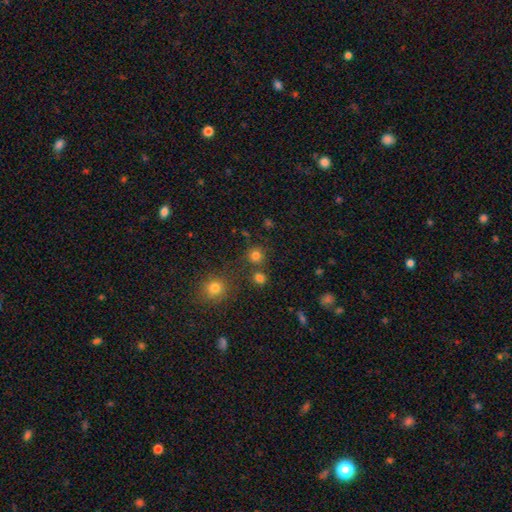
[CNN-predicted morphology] This is likely a smooth galaxy (78%). How rounded: clearly round (92%). Merging: likely none (77%).